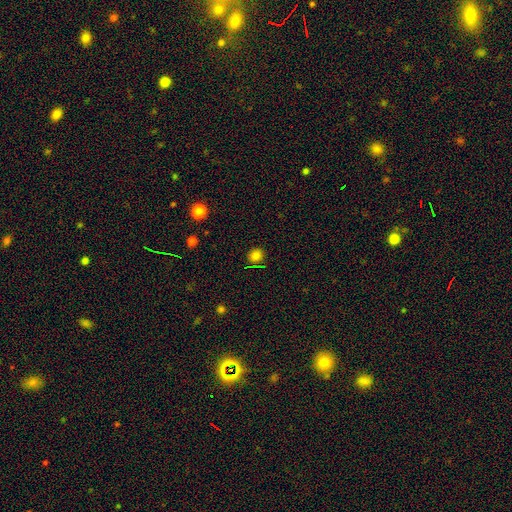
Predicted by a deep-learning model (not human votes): Smooth or featured?
  - smooth: 78% *
  - star or artifact: 16%
  - featured or disk: 6%
How rounded?
  - round: 87% *
  - in between: 12%
  - cigar-shaped: 1%
Merging?
  - none: 87% *
  - minor disturbance: 9%
  - major disturbance: 2%
  - merger: 2%